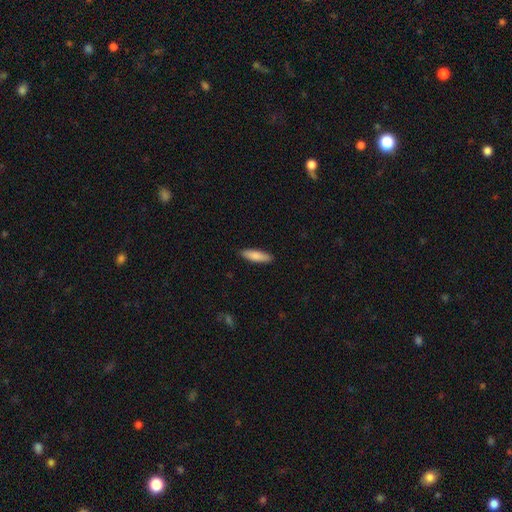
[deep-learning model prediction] Morphology: type=smooth (85%); roundness=cigar-shaped (63%); merging=none (90%).